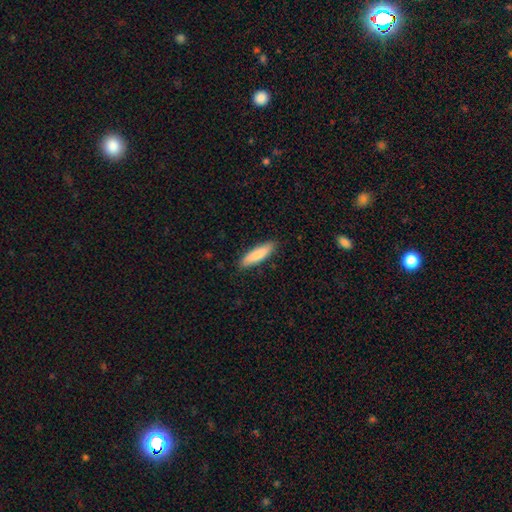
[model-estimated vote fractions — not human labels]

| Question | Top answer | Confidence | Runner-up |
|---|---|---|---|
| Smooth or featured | smooth | 84% | featured or disk (11%) |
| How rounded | cigar-shaped | 68% | in between (31%) |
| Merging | none | 88% | minor disturbance (10%) |